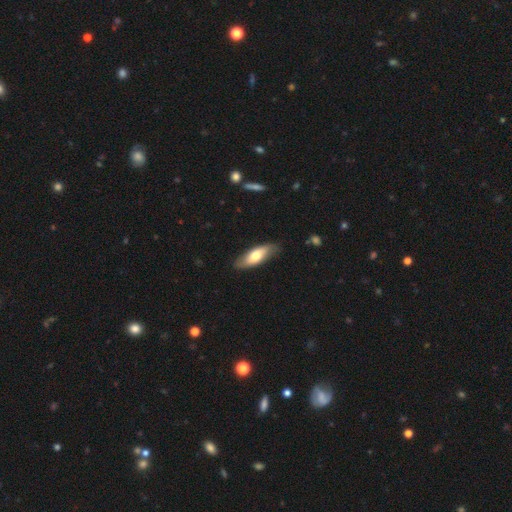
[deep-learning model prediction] Smooth or featured? Predicted: smooth (p=0.62). How rounded? Predicted: in between (p=0.72). Merging? Predicted: none (p=0.82).